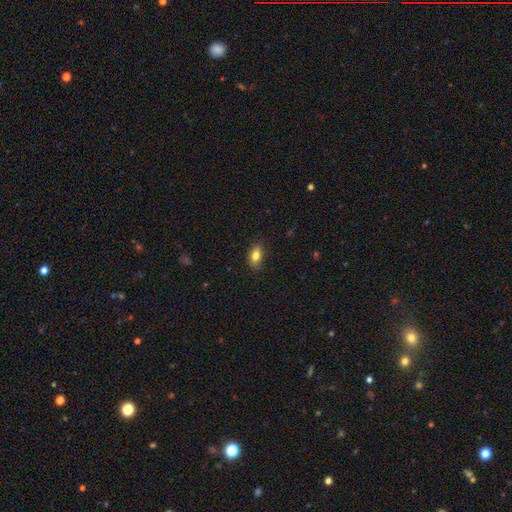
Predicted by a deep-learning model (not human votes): smooth-or-featured: smooth: 82% | featured or disk: 10% | star or artifact: 9%
  how-rounded: in between: 86% | round: 9% | cigar-shaped: 5%
  merging: none: 82% | minor disturbance: 15% | major disturbance: 3% | merger: 1%